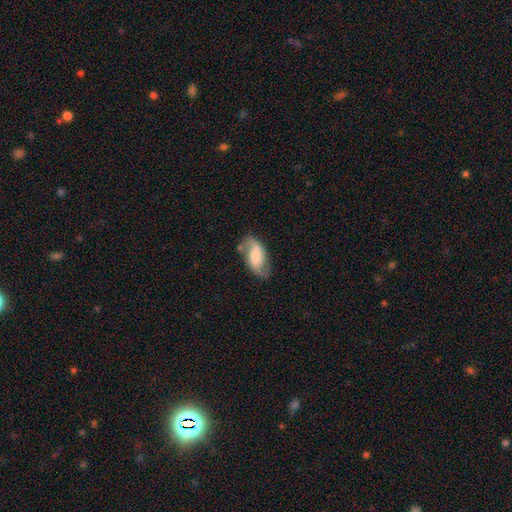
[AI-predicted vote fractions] smooth-or-featured: featured or disk: 64% | smooth: 30% | star or artifact: 6%
  disk-edge-on: no: 95% | yes: 5%
    bar: weak: 41% | no: 38% | strong: 20%
    has-spiral-arms: yes: 90% | no: 10%
      spiral-winding: loose: 53% | medium: 35% | tight: 11%
      spiral-arm-count: 2: 88% | can't tell: 5% | 1: 5% | 3: 1% | 4: 1% | more than 4: 1%
    bulge-size: moderate: 42% | small: 34% | large: 14% | none: 7% | dominant: 3%
  merging: none: 67% | minor disturbance: 21% | major disturbance: 8% | merger: 4%